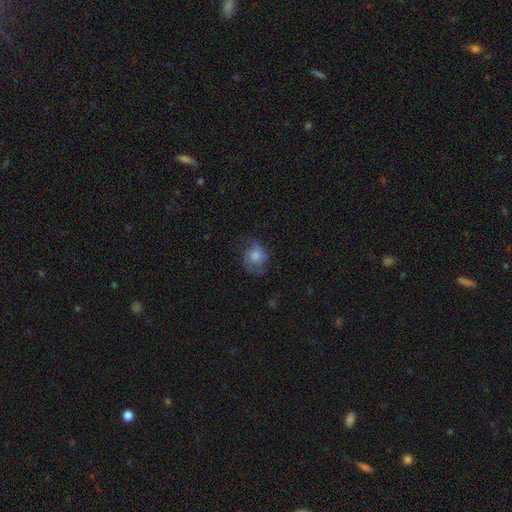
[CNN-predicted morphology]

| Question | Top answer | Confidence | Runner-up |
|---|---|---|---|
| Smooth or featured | smooth | 47% | featured or disk (45%) |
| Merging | none | 53% | minor disturbance (26%) |